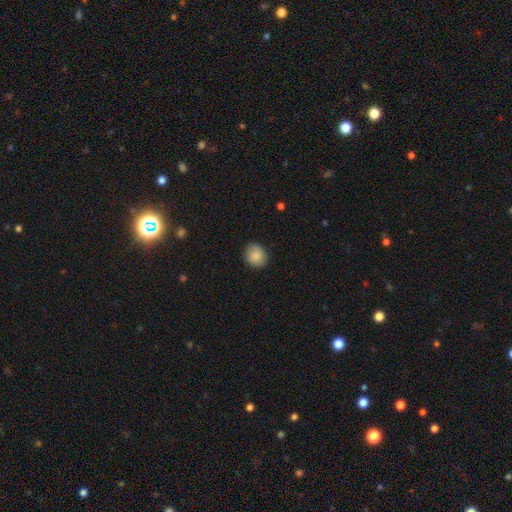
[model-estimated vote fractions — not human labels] This is clearly a smooth galaxy (87%). How rounded: likely round (65%). Merging: clearly none (85%).